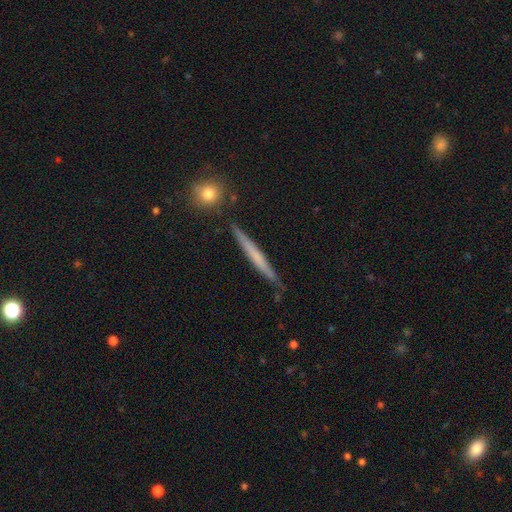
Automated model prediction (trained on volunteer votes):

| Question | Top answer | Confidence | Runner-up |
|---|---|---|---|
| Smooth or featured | smooth | 47% | tied: featured or disk (47%) |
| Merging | none | 84% | minor disturbance (12%) |